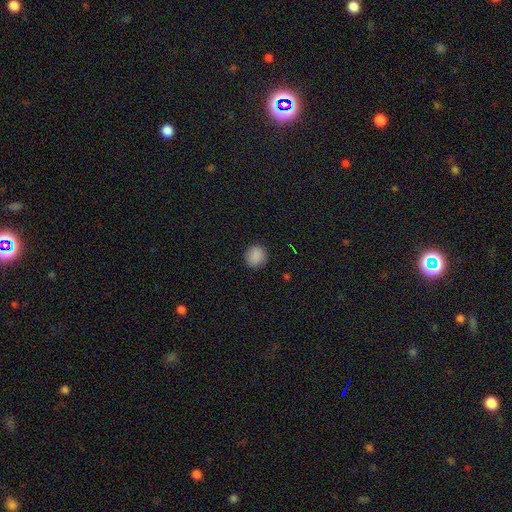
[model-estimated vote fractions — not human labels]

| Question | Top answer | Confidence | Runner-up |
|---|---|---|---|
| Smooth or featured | smooth | 88% | star or artifact (9%) |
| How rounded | round | 90% | in between (9%) |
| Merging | none | 90% | minor disturbance (7%) |